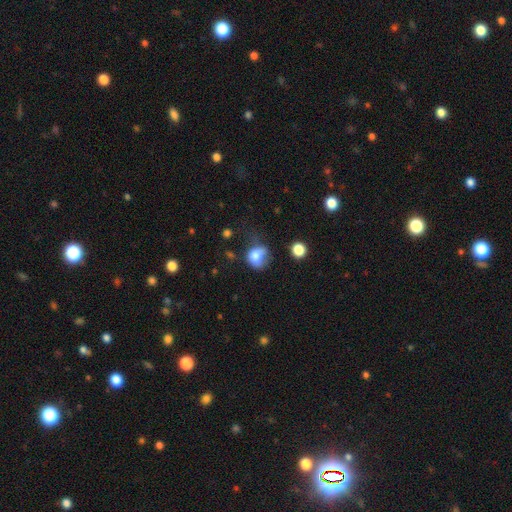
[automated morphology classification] This is likely a smooth galaxy (74%). How rounded: possibly round (58%). Merging: marginally minor disturbance (31%).